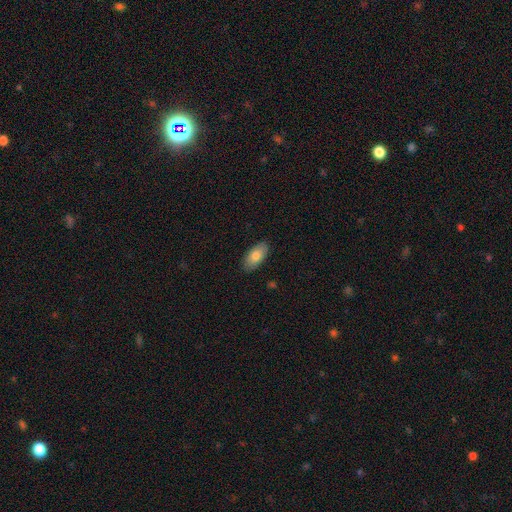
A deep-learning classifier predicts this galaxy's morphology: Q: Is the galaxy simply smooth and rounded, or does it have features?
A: smooth — 78%.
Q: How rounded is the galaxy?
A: in between — 92%.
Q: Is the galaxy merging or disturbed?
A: none — 87%.